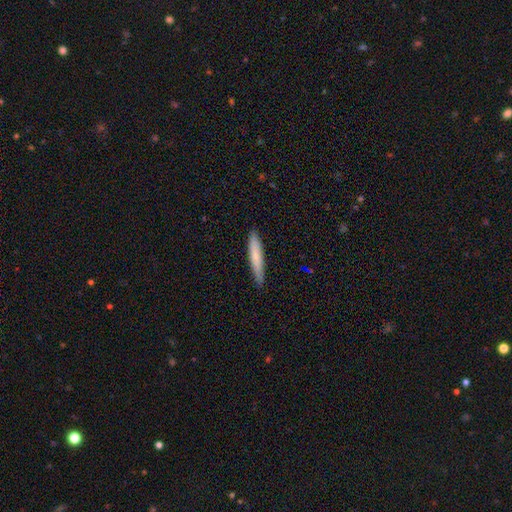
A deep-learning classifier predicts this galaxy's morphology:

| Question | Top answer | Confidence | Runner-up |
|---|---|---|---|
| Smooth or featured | smooth | 72% | featured or disk (22%) |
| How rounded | cigar-shaped | 93% | in between (5%) |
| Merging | none | 89% | minor disturbance (8%) |